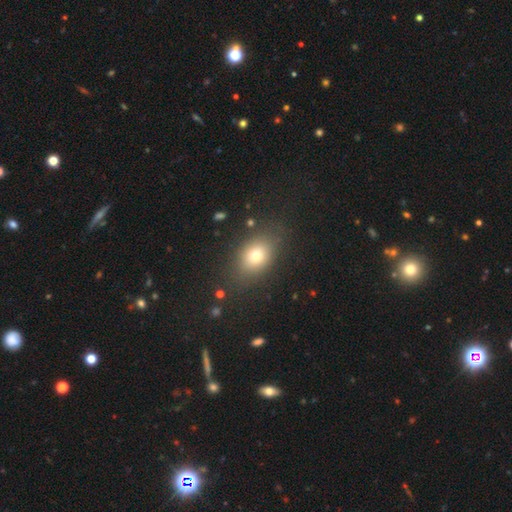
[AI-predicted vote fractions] Morphology: type=smooth (75%); roundness=in between (69%); merging=none (80%).